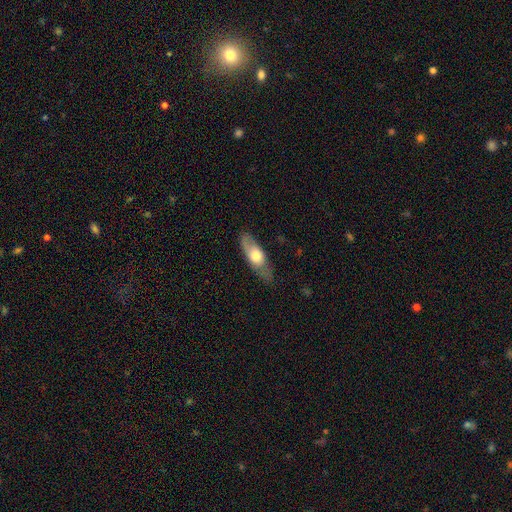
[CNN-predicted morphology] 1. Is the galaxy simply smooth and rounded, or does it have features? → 55% smooth, 39% featured or disk, 6% star or artifact.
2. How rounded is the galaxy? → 66% in between, 30% cigar-shaped, 4% round.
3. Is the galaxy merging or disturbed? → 71% none, 21% minor disturbance, 6% major disturbance, 1% merger.